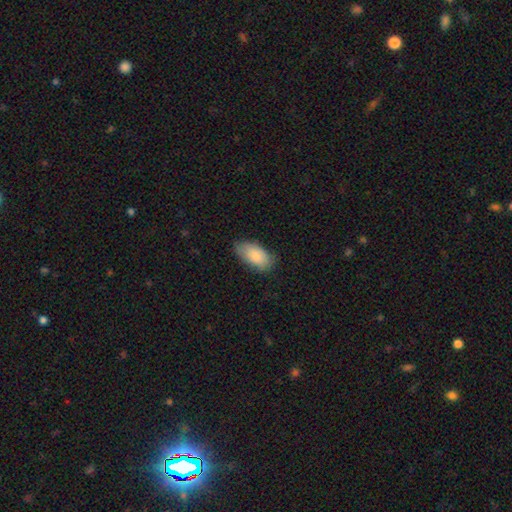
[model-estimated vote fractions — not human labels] This appears to be a smooth galaxy with no disk features (83%) that is in between round and cigar-shaped (94%). Merging: none (74%).